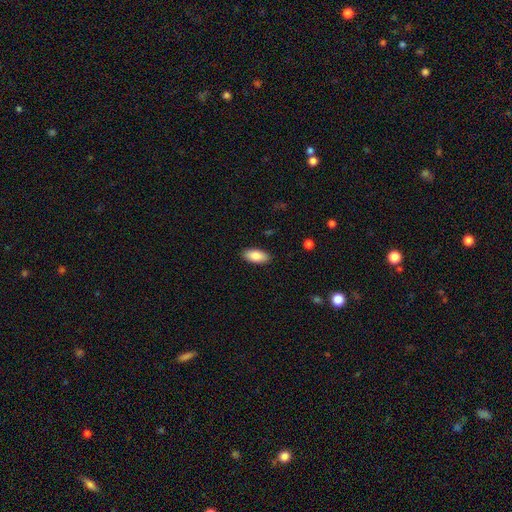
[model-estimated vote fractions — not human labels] smooth 86%, featured or disk 7%, star or artifact 6%. Down the decision tree: how rounded — in between (90%); merging — none (89%).